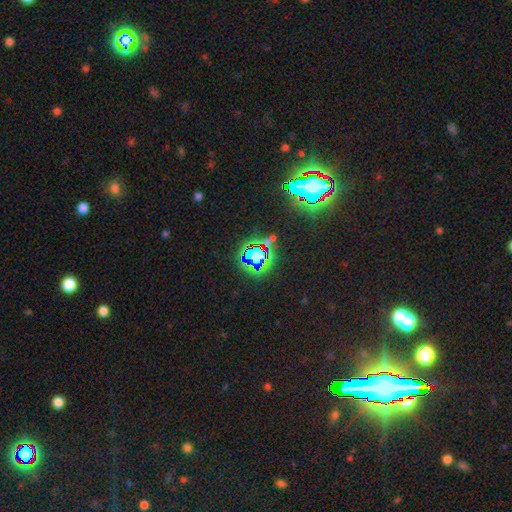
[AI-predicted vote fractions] star or artifact 66%, smooth 24%, featured or disk 10%.